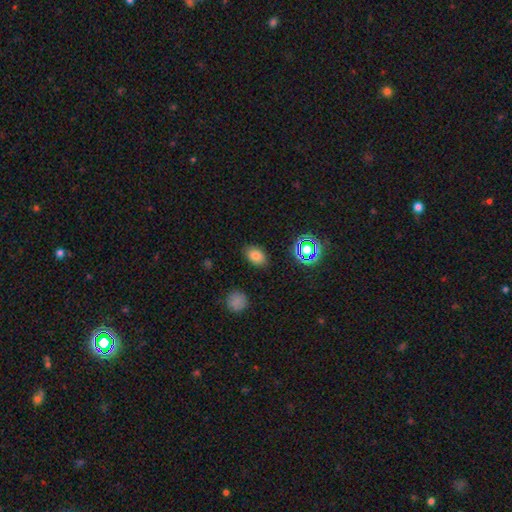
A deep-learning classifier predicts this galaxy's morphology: Smooth or featured: smooth — 77% (star or artifact — 15%)
How rounded: in between — 83% (round — 16%)
Merging: none — 86% (minor disturbance — 9%)